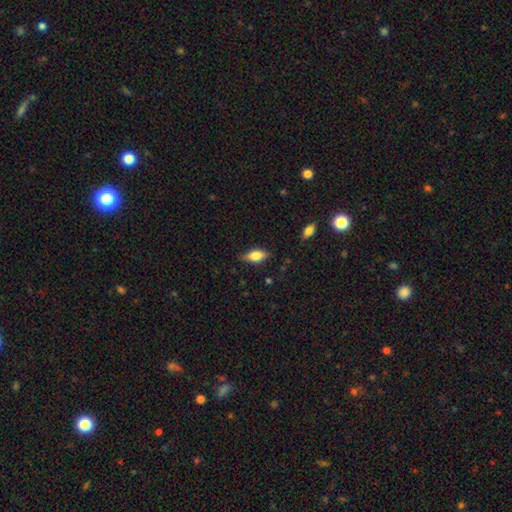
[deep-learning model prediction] This appears to be a smooth galaxy with no disk features (68%) that is in between round and cigar-shaped (82%). Merging: none (77%).